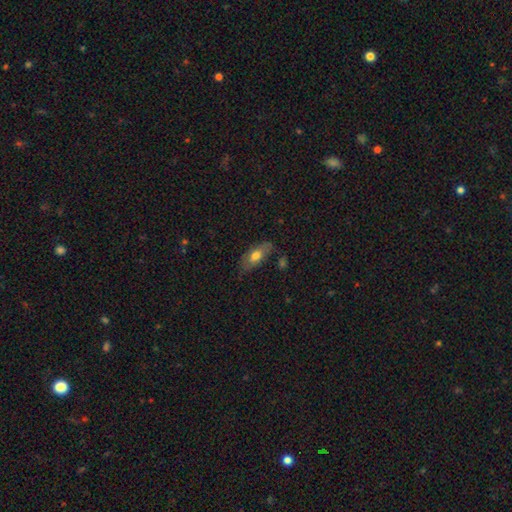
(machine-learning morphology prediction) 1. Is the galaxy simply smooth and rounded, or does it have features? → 66% smooth, 27% featured or disk, 7% star or artifact.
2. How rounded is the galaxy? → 81% in between, 15% cigar-shaped, 4% round.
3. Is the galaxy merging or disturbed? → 68% none, 24% minor disturbance, 6% major disturbance, 3% merger.